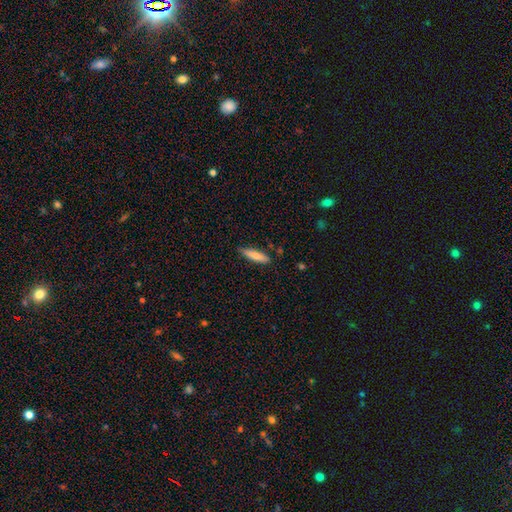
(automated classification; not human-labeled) This is likely a smooth galaxy (73%). How rounded: likely cigar-shaped (71%). Merging: clearly none (84%).